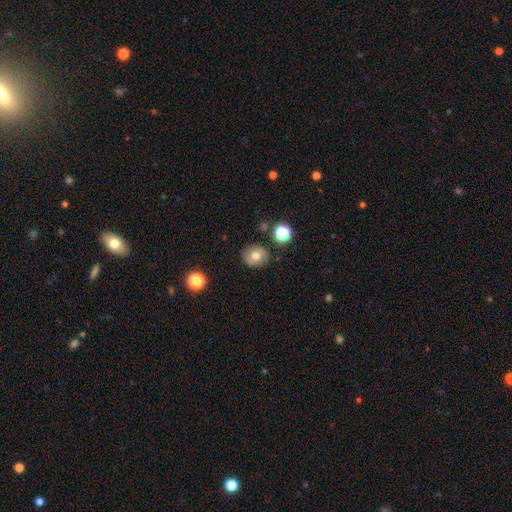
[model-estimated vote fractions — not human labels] This appears to be a smooth galaxy with no disk features (70%) that is round (75%). Merging: none (83%).